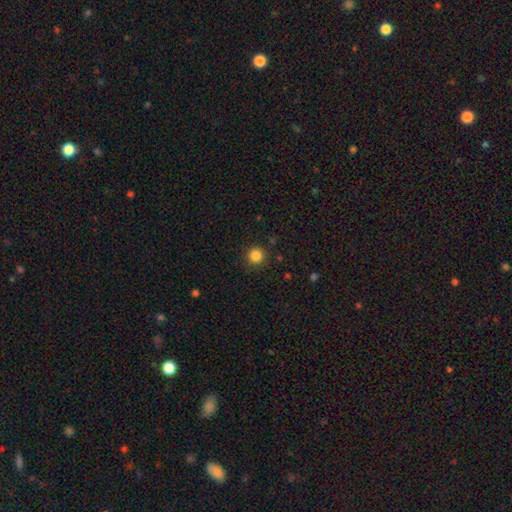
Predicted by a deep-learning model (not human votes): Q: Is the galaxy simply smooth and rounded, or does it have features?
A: smooth — 85%.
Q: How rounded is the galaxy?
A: round — 94%.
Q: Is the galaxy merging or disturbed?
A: none — 90%.